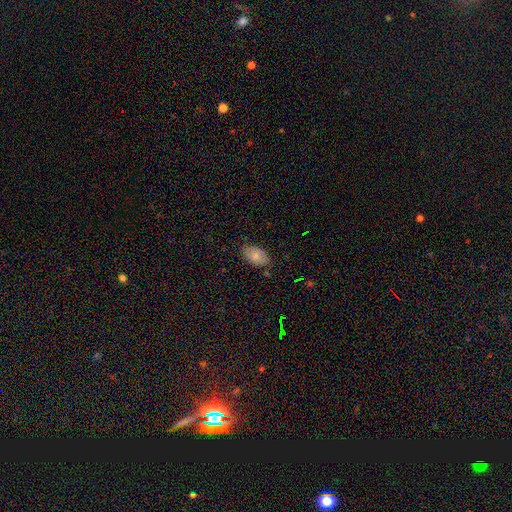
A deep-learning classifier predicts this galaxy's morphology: Smooth or featured? smooth (80%)
How rounded? in between (93%)
Merging? none (82%)